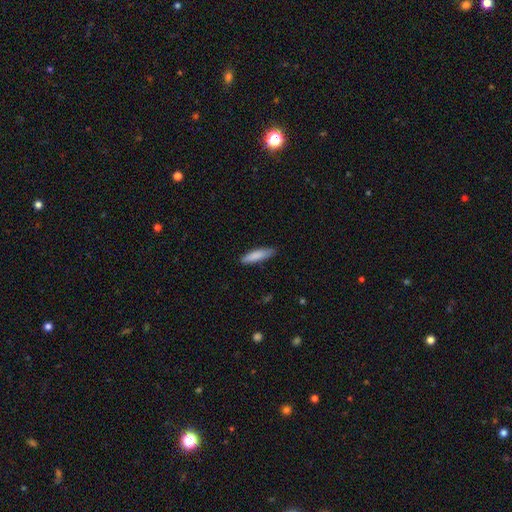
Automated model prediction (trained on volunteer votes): Smooth or featured? Predicted: smooth (p=0.85). How rounded? Predicted: cigar-shaped (p=0.76). Merging? Predicted: none (p=0.85).